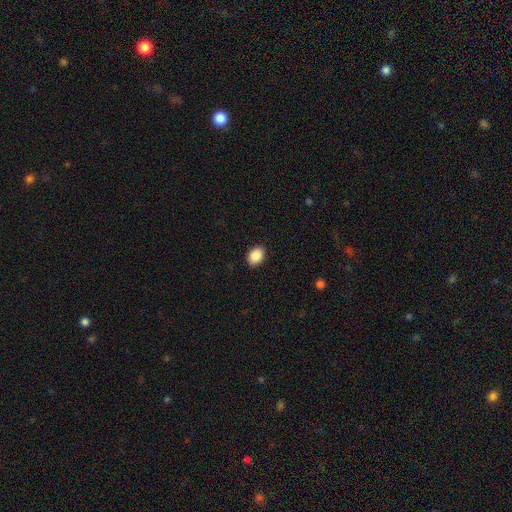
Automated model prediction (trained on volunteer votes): Overall: smooth (89%). How rounded: in between (75%). Merging: none (90%).